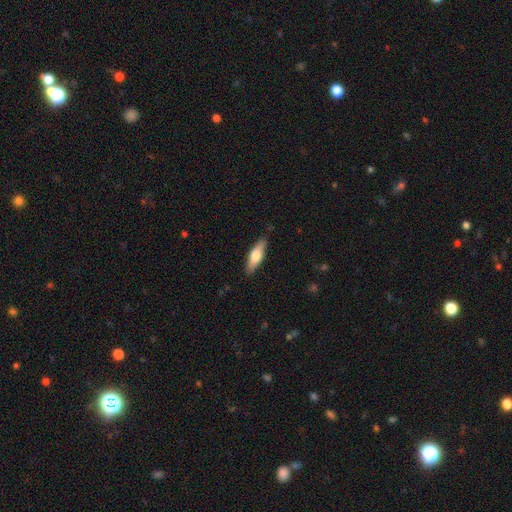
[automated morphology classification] Smooth or featured: smooth — 61% (featured or disk — 34%)
How rounded: cigar-shaped — 51% (in between — 47%)
Merging: none — 88% (minor disturbance — 9%)